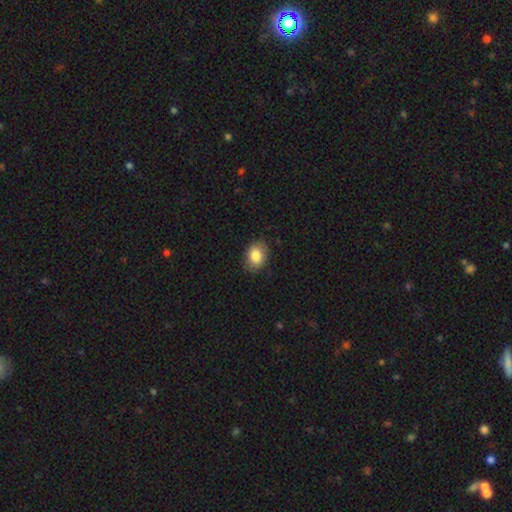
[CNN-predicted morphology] A smooth galaxy with no disk features (84%) that is in between round and cigar-shaped (66%). Merging: none (83%).